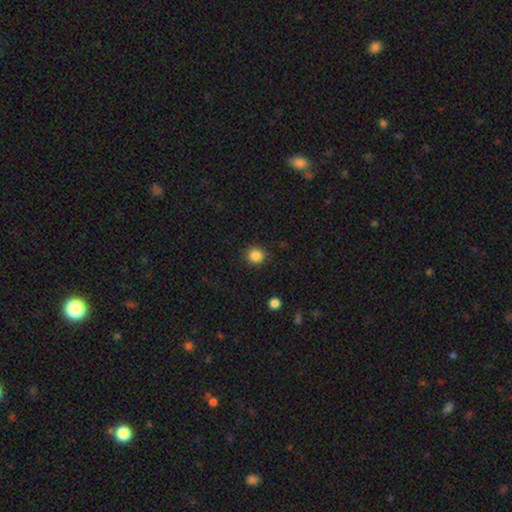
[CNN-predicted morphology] Smooth or featured: smooth — 86% (star or artifact — 11%)
How rounded: round — 91% (in between — 8%)
Merging: none — 90% (minor disturbance — 7%)